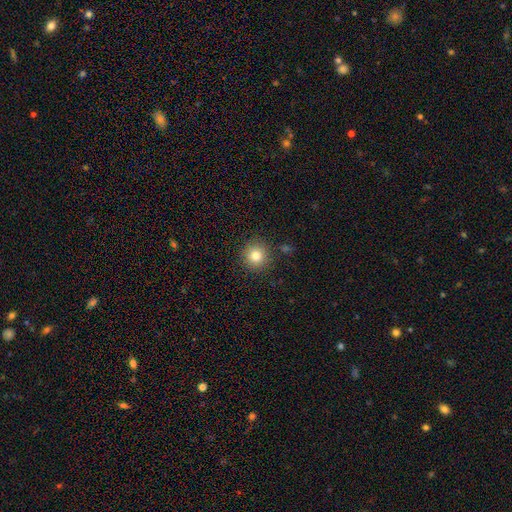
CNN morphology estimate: Q: Smooth or featured?
A: smooth (80%); runner-up: star or artifact (12%)
Q: How rounded?
A: round (95%); runner-up: in between (4%)
Q: Merging?
A: none (89%); runner-up: minor disturbance (7%)